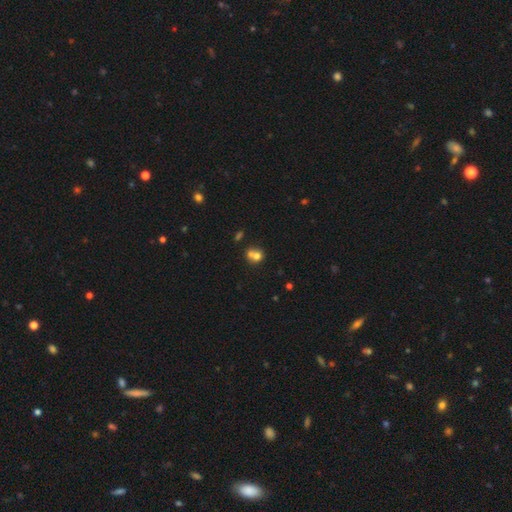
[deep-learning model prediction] smooth_or_featured: smooth (p=0.70) [alt: featured or disk p=0.17]
how_rounded: round (p=0.71) [alt: in between p=0.28]
merging: merger (p=0.57) [alt: none p=0.31]